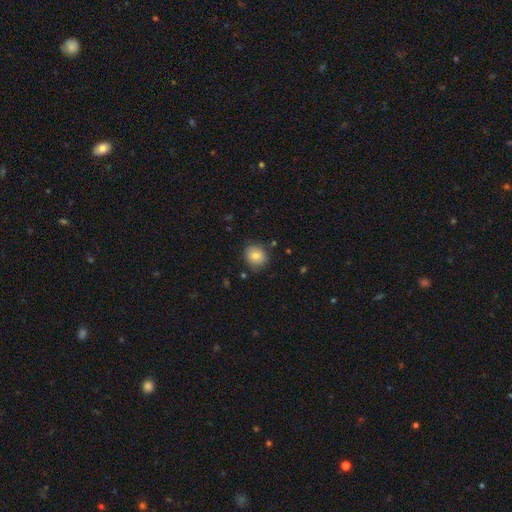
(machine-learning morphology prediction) A smooth galaxy with no disk features (80%) that is round (81%). Merging: none (80%).